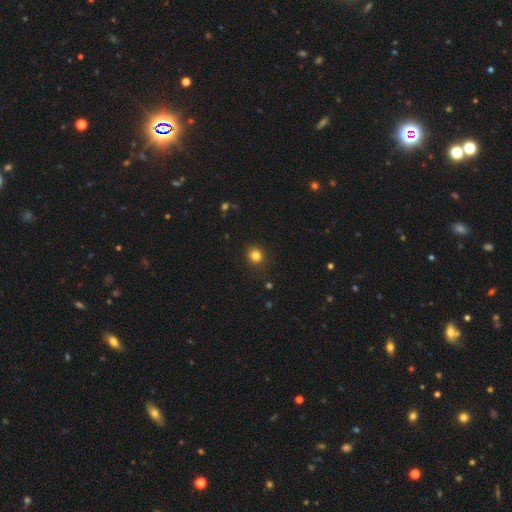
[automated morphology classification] type=smooth (83%); roundness=round (83%); merging=none (88%).